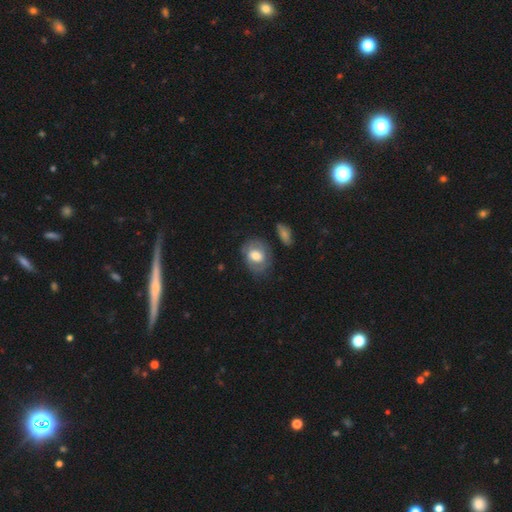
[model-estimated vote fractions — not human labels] A smooth galaxy with no disk features (50%) that is in between round and cigar-shaped (60%).

Vote fractions:
- Smooth or featured? smooth: 50% / featured or disk: 44% / star or artifact: 6%
- How rounded? in between: 60% / round: 39% / cigar-shaped: 1%
- Merging? none: 69% / minor disturbance: 20% / major disturbance: 8% / merger: 3%